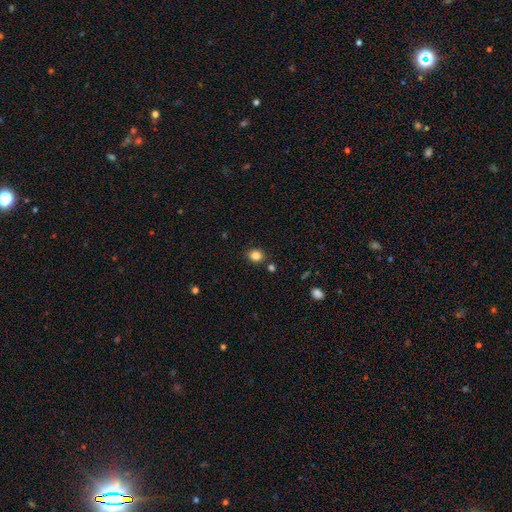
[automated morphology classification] This is clearly a smooth galaxy (83%). How rounded: likely round (67%). Merging: clearly none (83%).